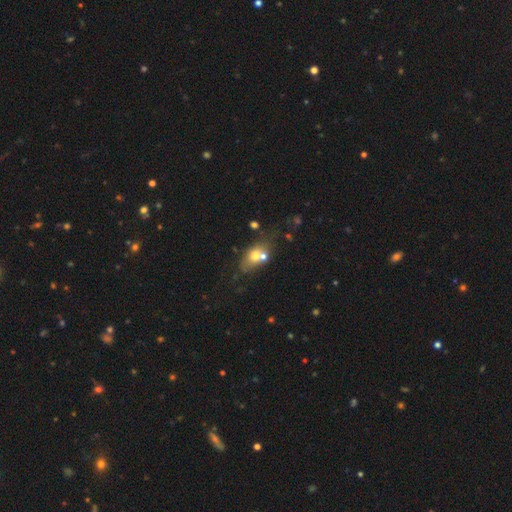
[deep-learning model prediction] A smooth galaxy with no disk features (63%) that is in between round and cigar-shaped (70%). Merging: none (40%).